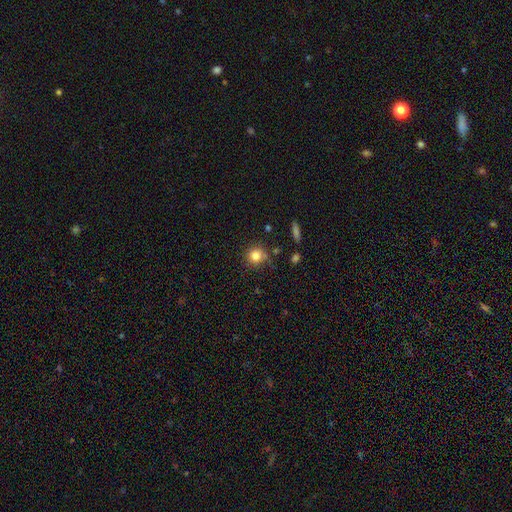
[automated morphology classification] A smooth galaxy with no disk features (81%) that is round (89%). Merging: none (78%).